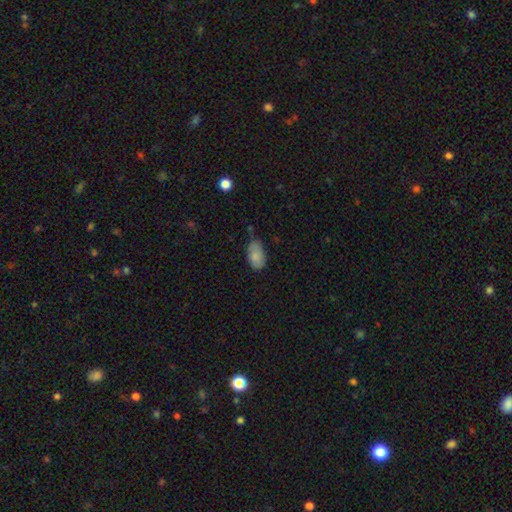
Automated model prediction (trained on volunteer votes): Morphology: type=smooth (83%); roundness=in between (94%); merging=none (65%).